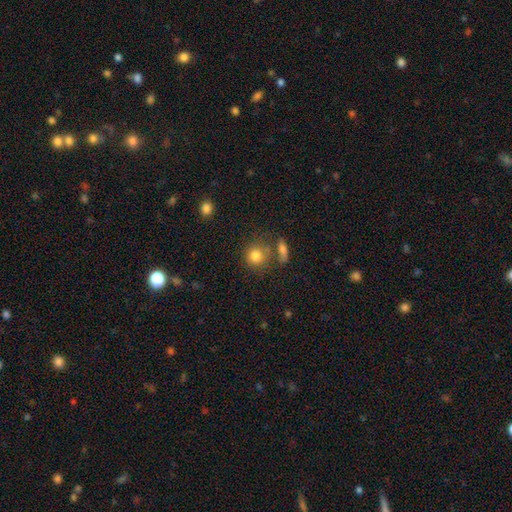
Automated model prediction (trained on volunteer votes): Smooth or featured? Predicted: smooth (p=0.82). How rounded? Predicted: round (p=0.85). Merging? Predicted: none (p=0.61).